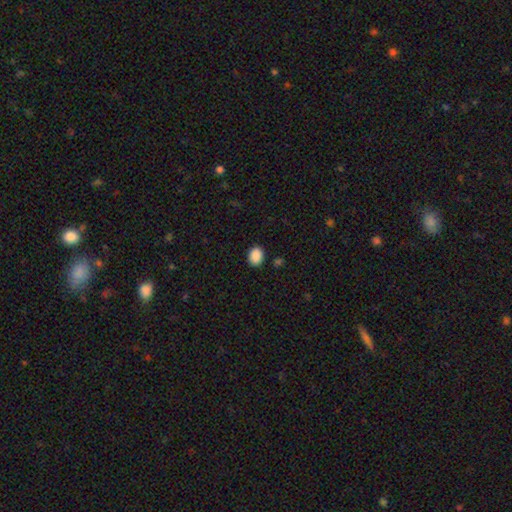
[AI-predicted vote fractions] Morphology: type=smooth (89%); roundness=in between (65%); merging=none (87%).